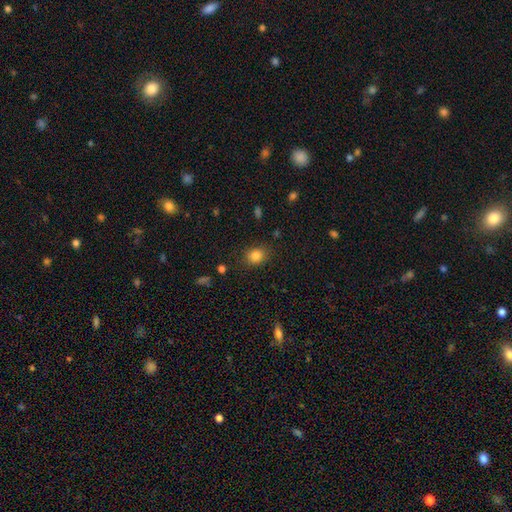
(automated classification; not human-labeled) Smooth or featured? smooth (84%)
How rounded? round (60%)
Merging? none (82%)